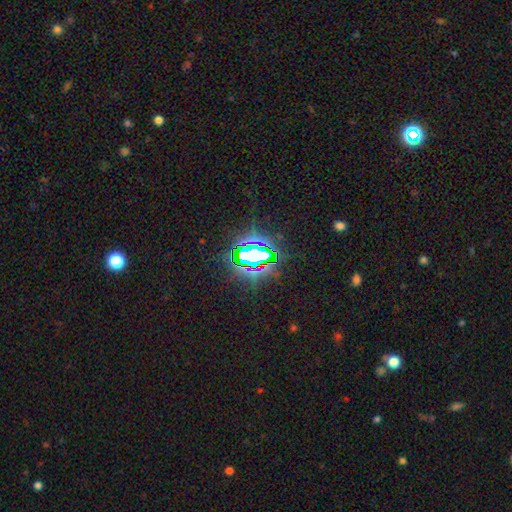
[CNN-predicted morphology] smooth-or-featured: star or artifact: 76% | smooth: 14% | featured or disk: 10%